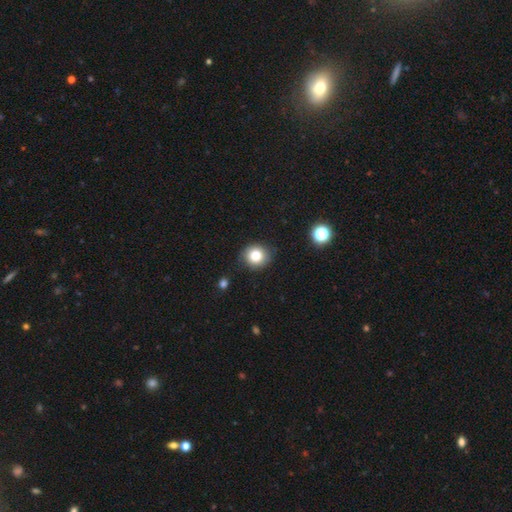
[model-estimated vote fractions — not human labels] A smooth galaxy with no disk features (81%) that is round (83%).

Vote fractions:
- Smooth or featured? smooth: 81% / star or artifact: 11% / featured or disk: 8%
- How rounded? round: 83% / in between: 16% / cigar-shaped: 1%
- Merging? none: 83% / minor disturbance: 12% / major disturbance: 3% / merger: 2%